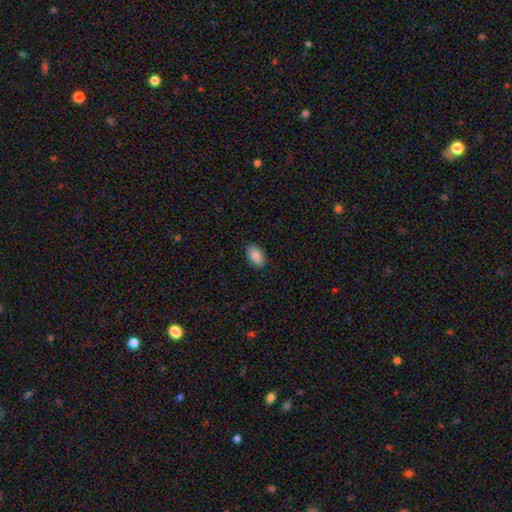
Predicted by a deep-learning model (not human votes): Smooth or featured? Predicted: smooth (p=0.89). How rounded? Predicted: in between (p=0.92). Merging? Predicted: none (p=0.87).